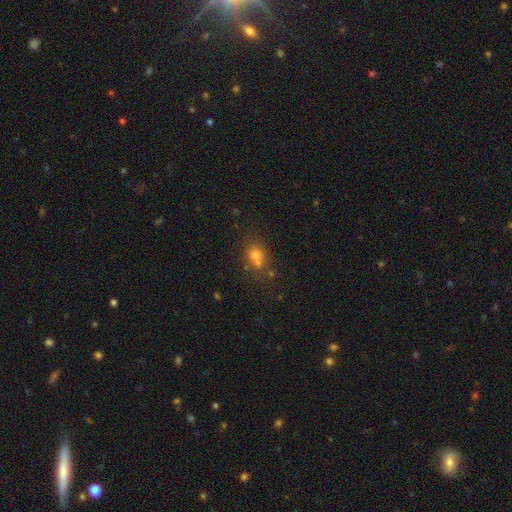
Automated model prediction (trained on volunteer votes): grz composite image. It shows a smooth galaxy with no disk features (67%) that is round (63%). Merging: none (54%).